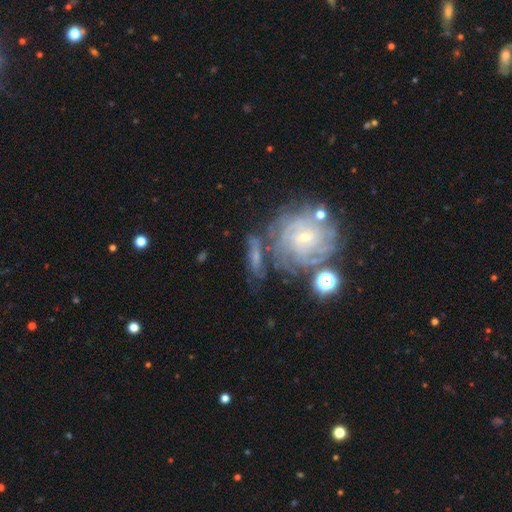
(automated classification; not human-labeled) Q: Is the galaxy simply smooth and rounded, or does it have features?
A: featured or disk — 76%.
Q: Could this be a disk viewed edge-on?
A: no — 94%.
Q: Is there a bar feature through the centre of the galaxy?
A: no — 59%.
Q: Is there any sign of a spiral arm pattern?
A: yes — 93%.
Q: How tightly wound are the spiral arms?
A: tight — 74%.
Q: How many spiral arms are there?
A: can't tell — 37%.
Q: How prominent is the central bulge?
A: small — 78%.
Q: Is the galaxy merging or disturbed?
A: none — 52%.